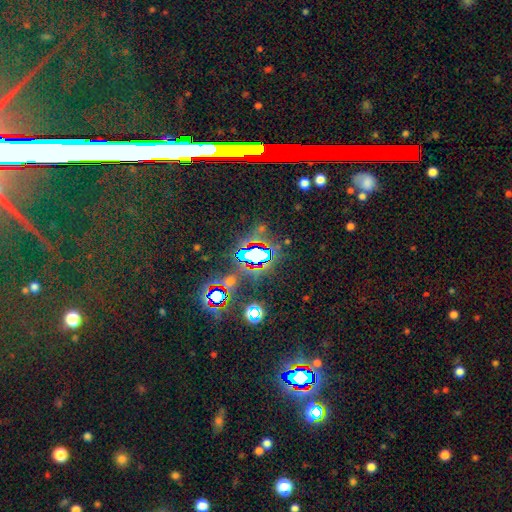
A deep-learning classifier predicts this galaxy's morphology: This is likely a star or artifact rather than a galaxy (68%).